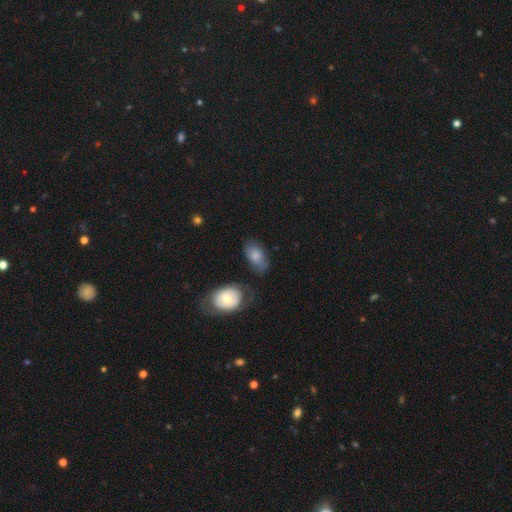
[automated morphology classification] A smooth galaxy with no disk features (70%) that is in between round and cigar-shaped (89%). Merging: none (53%).